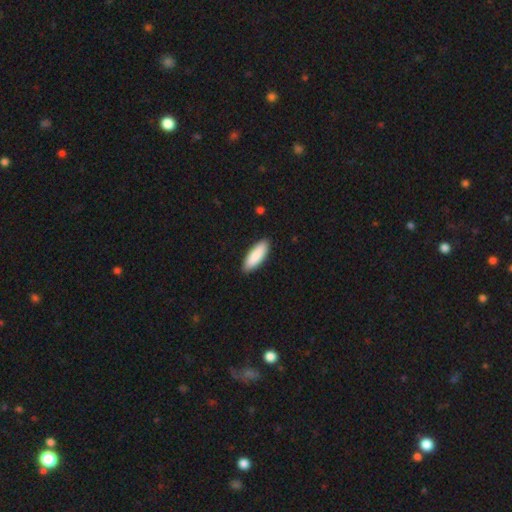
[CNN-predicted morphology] A smooth galaxy with no disk features (88%) that is in between round and cigar-shaped (62%). Merging: none (89%).